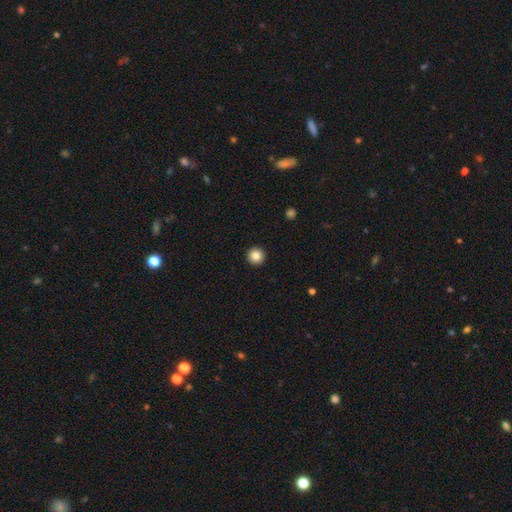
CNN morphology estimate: This appears to be a smooth galaxy with no disk features (85%) that is round (96%). Merging: none (94%).